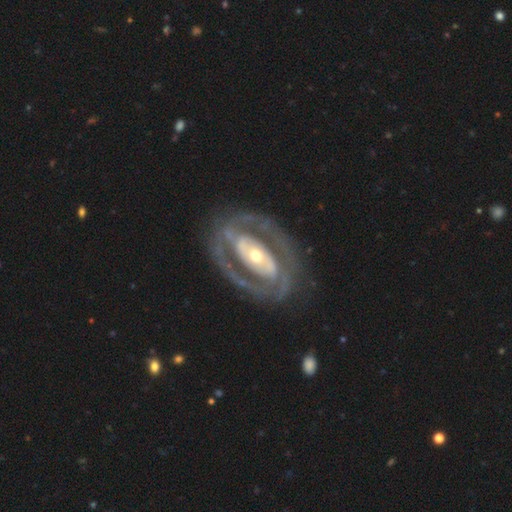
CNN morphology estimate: A featured or disk galaxy (85%) with no bar (42%), 2 (70%) tight (55%) spiral arms (67%) and a moderate central bulge (49%). Merging: none (77%).